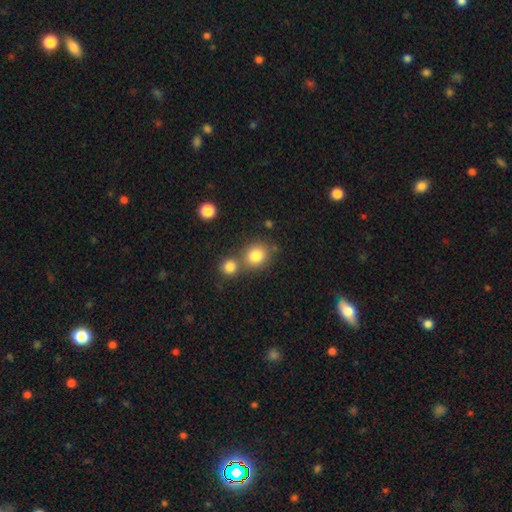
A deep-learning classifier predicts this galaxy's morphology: A smooth galaxy with no disk features (81%) that is round (76%).

Vote fractions:
- Smooth or featured? smooth: 81% / star or artifact: 11% / featured or disk: 8%
- How rounded? round: 76% / in between: 23% / cigar-shaped: 1%
- Merging? none: 55% / merger: 34% / minor disturbance: 9% / major disturbance: 3%